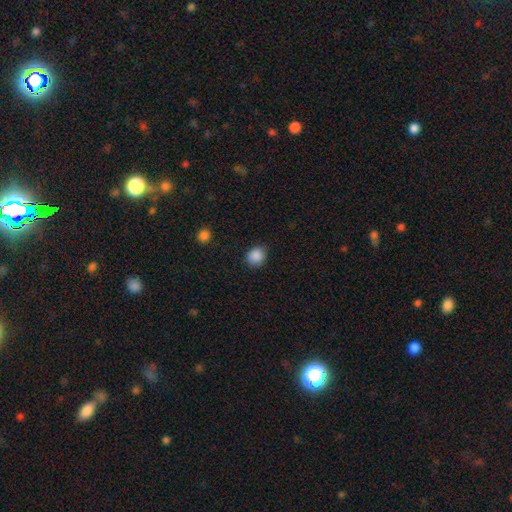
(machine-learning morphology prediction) This is clearly a smooth galaxy (88%). How rounded: likely round (74%). Merging: clearly none (81%).